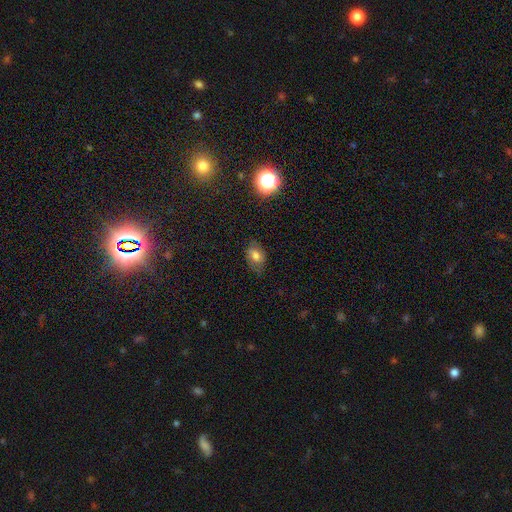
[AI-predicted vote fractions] A smooth galaxy with no disk features (69%) that is in between round and cigar-shaped (79%). Merging: none (72%).